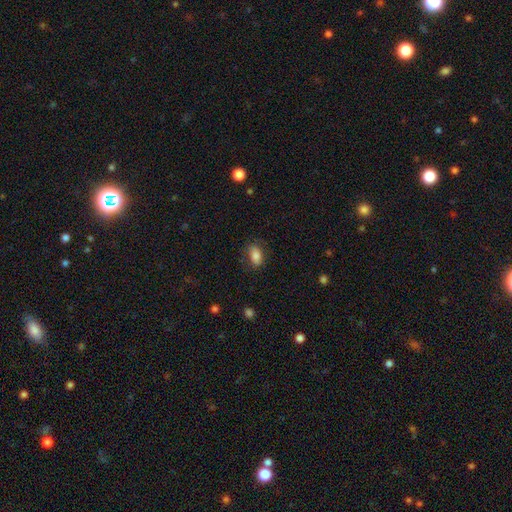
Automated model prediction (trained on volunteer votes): Smooth or featured? Predicted: smooth (p=0.81). How rounded? Predicted: in between (p=0.87). Merging? Predicted: none (p=0.74).